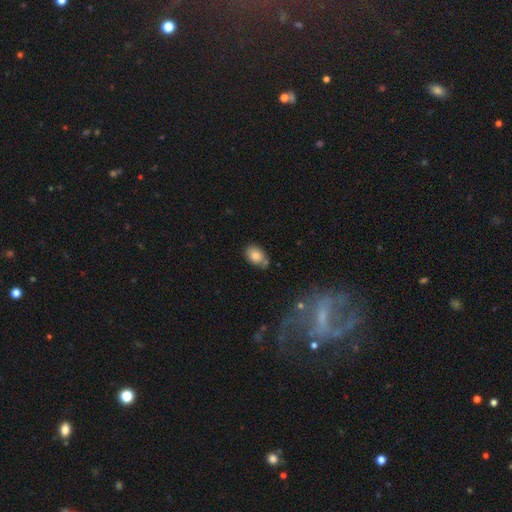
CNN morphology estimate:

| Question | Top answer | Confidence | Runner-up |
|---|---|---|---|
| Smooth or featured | smooth | 81% | featured or disk (10%) |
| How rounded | in between | 76% | round (23%) |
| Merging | none | 62% | minor disturbance (23%) |